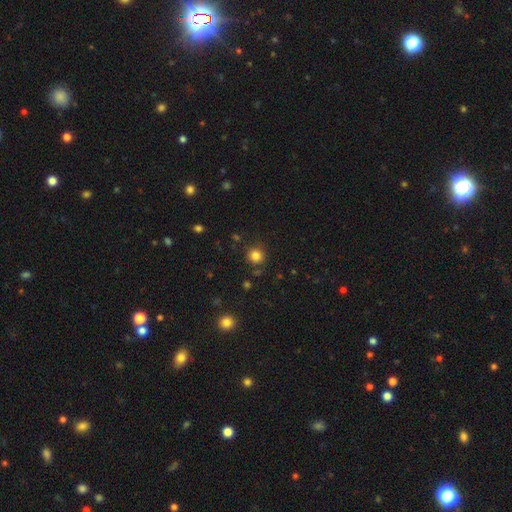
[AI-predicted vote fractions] Morphology: type=smooth (82%); roundness=round (92%); merging=none (87%).